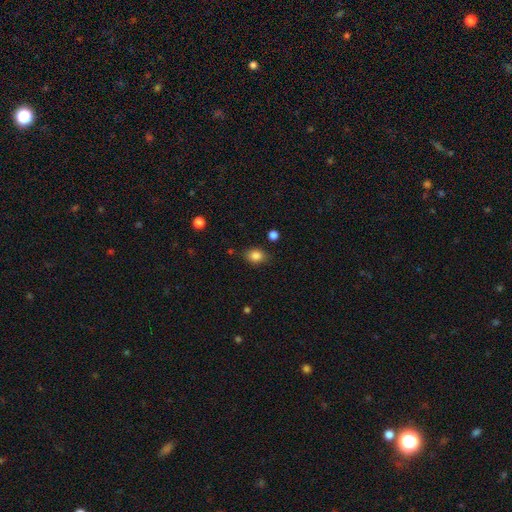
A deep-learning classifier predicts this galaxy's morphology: Smooth or featured? Predicted: smooth (p=0.84). How rounded? Predicted: in between (p=0.56). Merging? Predicted: none (p=0.79).